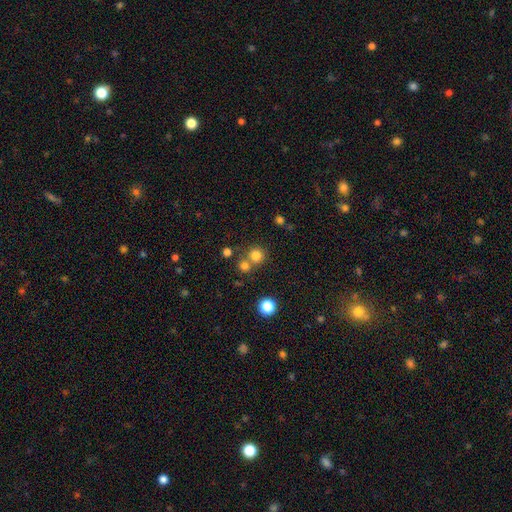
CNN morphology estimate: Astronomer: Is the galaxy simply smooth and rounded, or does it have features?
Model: smooth — 77%.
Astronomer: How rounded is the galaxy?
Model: round — 92%.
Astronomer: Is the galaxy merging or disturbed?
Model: none — 63%.